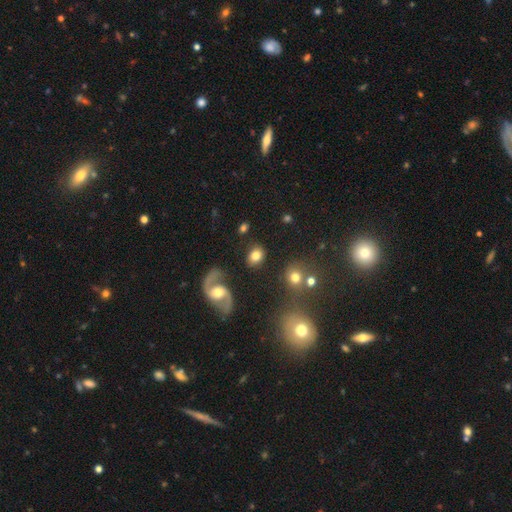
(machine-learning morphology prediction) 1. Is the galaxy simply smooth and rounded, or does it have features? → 74% smooth, 18% featured or disk, 8% star or artifact.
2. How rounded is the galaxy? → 54% in between, 45% round, 1% cigar-shaped.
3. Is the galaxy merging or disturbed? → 83% none, 9% minor disturbance, 4% major disturbance, 4% merger.